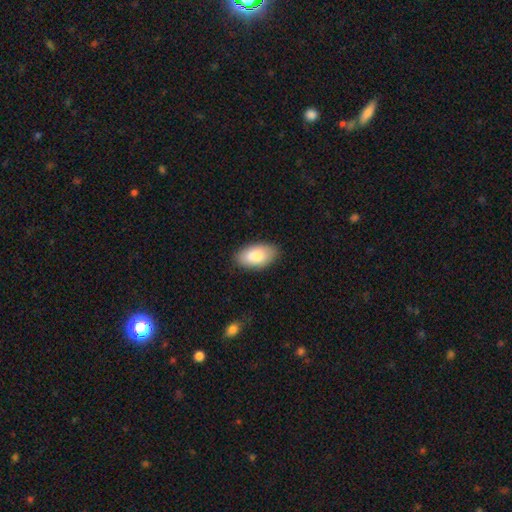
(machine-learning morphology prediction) smooth 87%, featured or disk 8%, star or artifact 6%. Down the decision tree: how rounded — in between (95%); merging — none (86%).